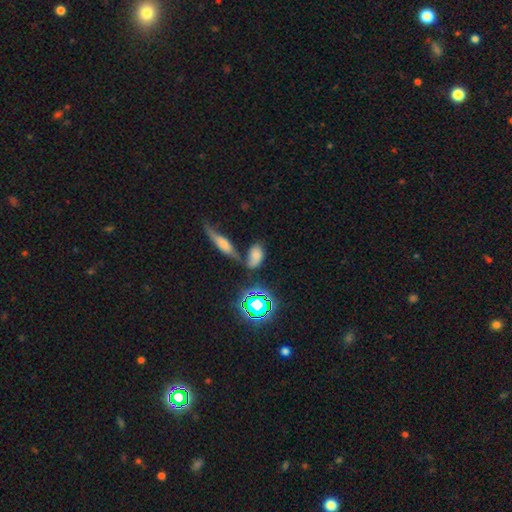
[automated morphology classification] This appears to be a smooth galaxy with no disk features (64%) that is in between round and cigar-shaped (87%). Merging: none (44%).